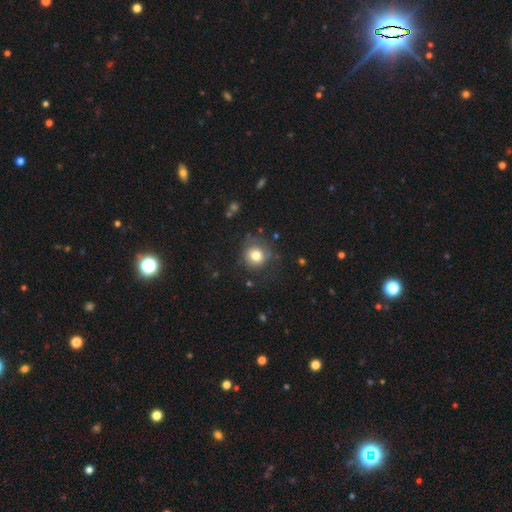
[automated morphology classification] type=smooth (78%); roundness=round (88%); merging=none (71%).